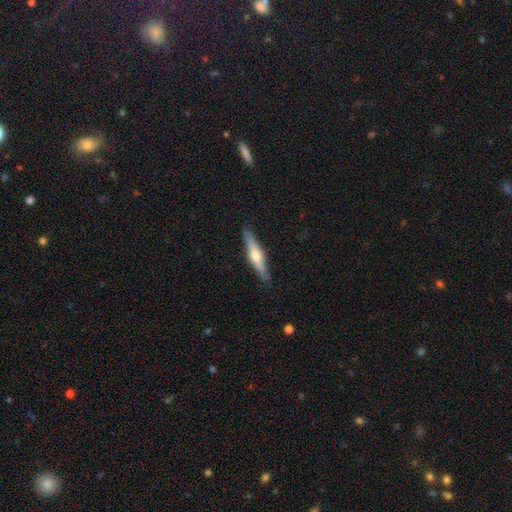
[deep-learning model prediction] featured or disk 57%, smooth 38%, star or artifact 6%. Down the decision tree: edge-on disk — yes (94%); edge-on bulge — rounded (88%); merging — none (88%).